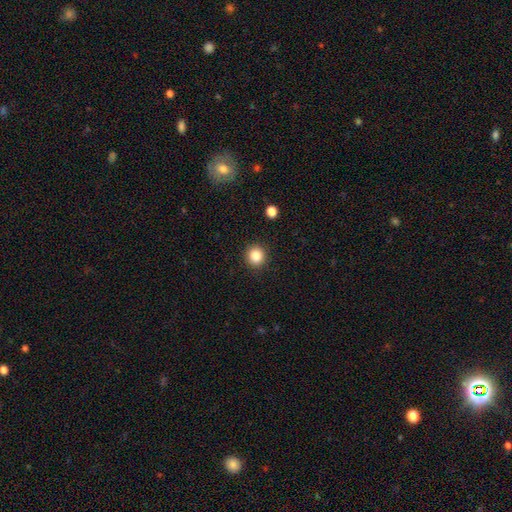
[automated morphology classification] This is clearly a smooth galaxy (85%). How rounded: clearly round (91%). Merging: clearly none (91%).